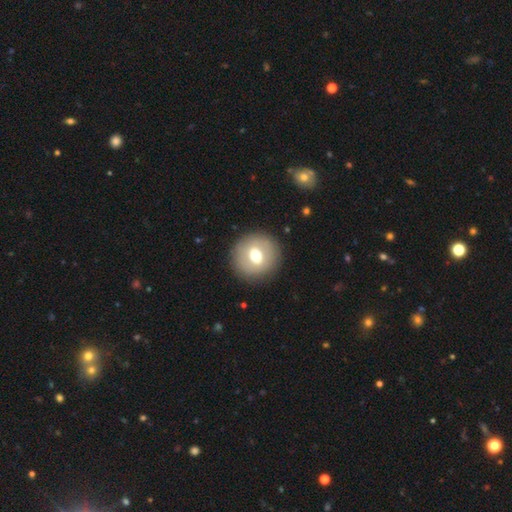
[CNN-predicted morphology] Q: Smooth or featured?
A: smooth (60%); runner-up: featured or disk (32%)
Q: How rounded?
A: round (91%); runner-up: in between (8%)
Q: Merging?
A: none (88%); runner-up: minor disturbance (7%)